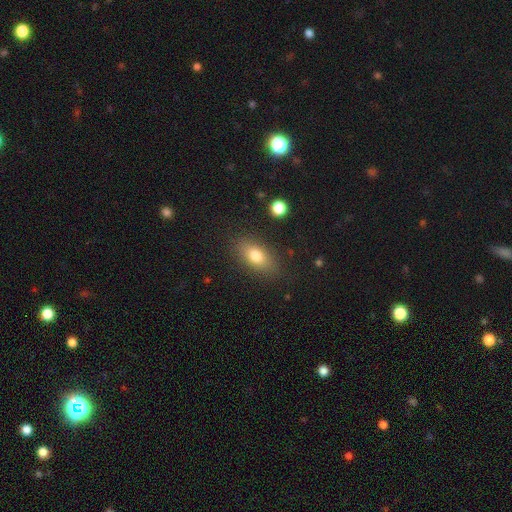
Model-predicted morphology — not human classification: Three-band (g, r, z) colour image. It shows a smooth galaxy with no disk features (78%) that is in between round and cigar-shaped (84%). Merging: none (84%).